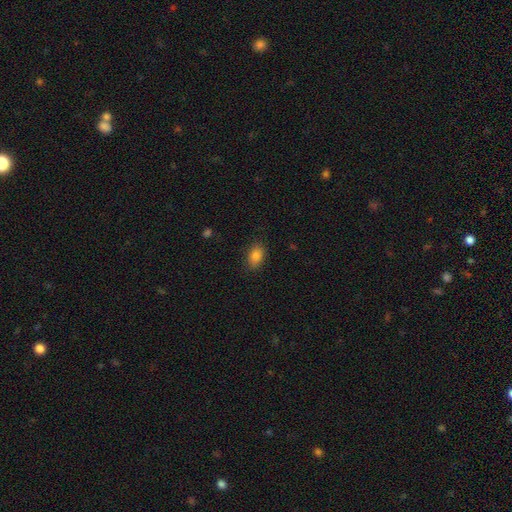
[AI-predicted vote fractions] The model was most divided on "smooth or featured": smooth: 83%, star or artifact: 9%, featured or disk: 7%. More confident: how rounded — in between (87%); merging — none (86%).